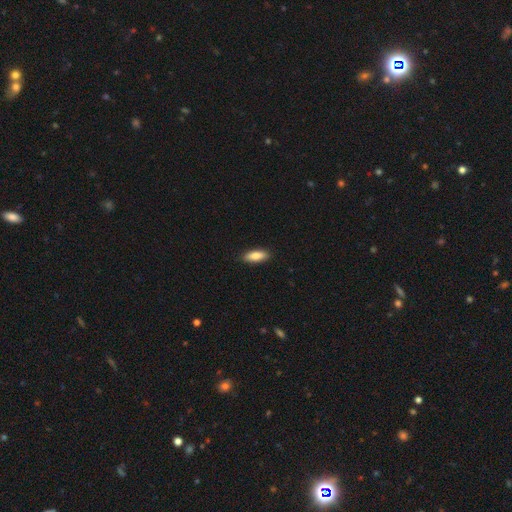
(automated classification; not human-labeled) Morphology: type=smooth (83%); roundness=in between (69%); merging=none (89%).